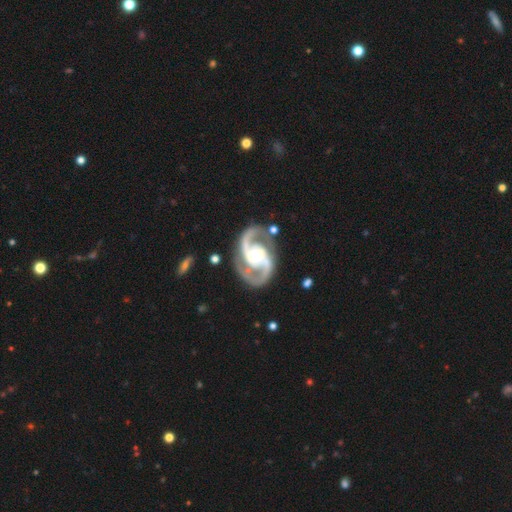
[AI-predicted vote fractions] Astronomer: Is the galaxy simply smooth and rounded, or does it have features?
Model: featured or disk — 94%.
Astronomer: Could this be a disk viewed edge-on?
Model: no — 98%.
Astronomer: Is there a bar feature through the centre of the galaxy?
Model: weak — 36% (runner-up: no, 35%).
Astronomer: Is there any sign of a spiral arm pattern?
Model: yes — 98%.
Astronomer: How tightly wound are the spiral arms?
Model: medium — 65%.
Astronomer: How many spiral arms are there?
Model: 2 — 94%.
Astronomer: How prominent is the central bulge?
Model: moderate — 70%.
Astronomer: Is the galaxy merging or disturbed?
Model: none — 81%.